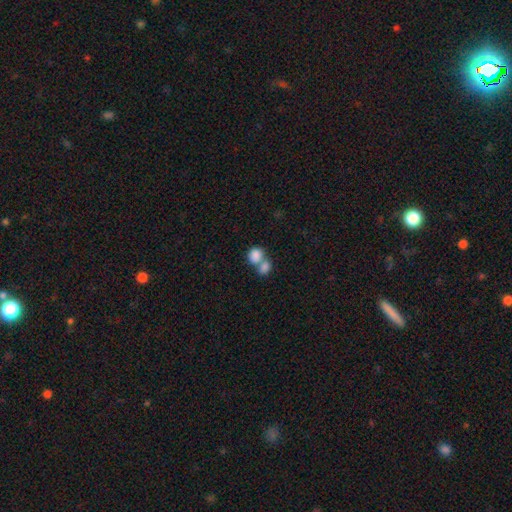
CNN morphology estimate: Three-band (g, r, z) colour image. It shows a smooth galaxy with no disk features (82%) that is round (51%). Merging: merger (67%).